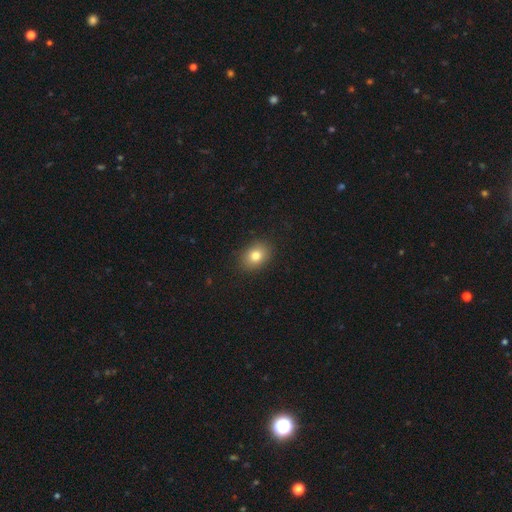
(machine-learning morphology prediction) This appears to be a smooth galaxy with no disk features (80%) that is in between round and cigar-shaped (61%). Merging: none (88%).